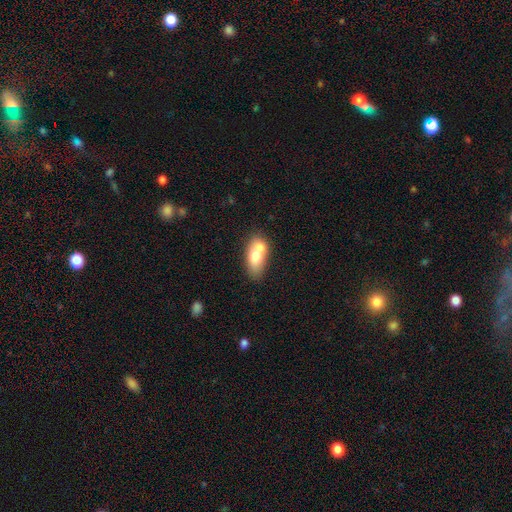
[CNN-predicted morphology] Smooth or featured?
  - smooth: 68% *
  - featured or disk: 25%
  - star or artifact: 7%
How rounded?
  - in between: 82% *
  - cigar-shaped: 9%
  - round: 8%
Merging?
  - merger: 46% *
  - none: 36%
  - minor disturbance: 14%
  - major disturbance: 5%